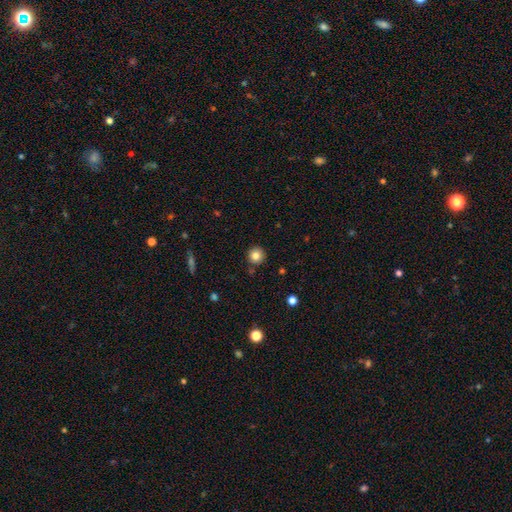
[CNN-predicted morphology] This is clearly a smooth galaxy (82%). How rounded: clearly round (94%). Merging: clearly none (88%).